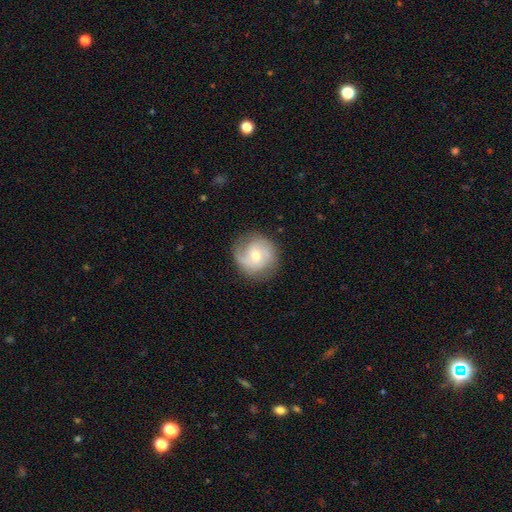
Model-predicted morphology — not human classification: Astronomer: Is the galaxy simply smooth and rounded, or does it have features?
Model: featured or disk — 61%.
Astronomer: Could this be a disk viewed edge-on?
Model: no — 97%.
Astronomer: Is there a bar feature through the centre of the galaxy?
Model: no — 57% (runner-up: weak, 36%).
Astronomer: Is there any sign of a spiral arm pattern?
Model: yes — 88%.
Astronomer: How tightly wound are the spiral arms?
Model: medium — 43% (runner-up: tight, 32%).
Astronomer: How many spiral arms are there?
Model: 2 — 62%.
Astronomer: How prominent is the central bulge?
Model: moderate — 50% (runner-up: small, 45%).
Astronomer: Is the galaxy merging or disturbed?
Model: none — 78%.